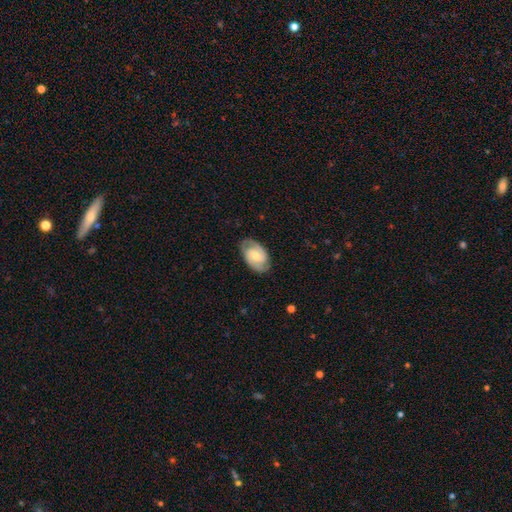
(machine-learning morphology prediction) type=featured or disk (74%); edge-on=no (96%); bar=no (51%); spiral arms=yes (93%); winding=tight (45%); arm count=2 (85%); bulge=moderate (49%); merging=none (81%).